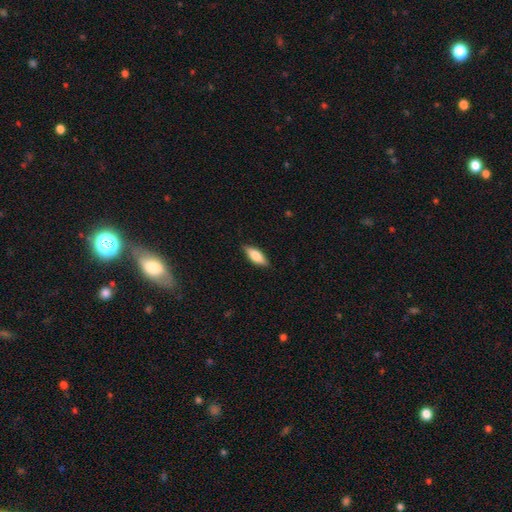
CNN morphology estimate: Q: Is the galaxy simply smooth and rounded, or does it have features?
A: smooth — 76%.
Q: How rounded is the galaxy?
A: in between — 69%.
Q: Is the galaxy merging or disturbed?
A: none — 86%.